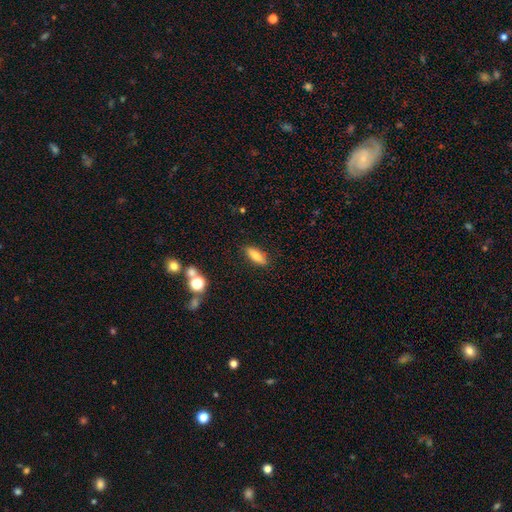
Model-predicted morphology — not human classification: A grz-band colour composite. It shows a smooth galaxy with no disk features (80%) that is in between round and cigar-shaped (66%). Merging: none (87%).